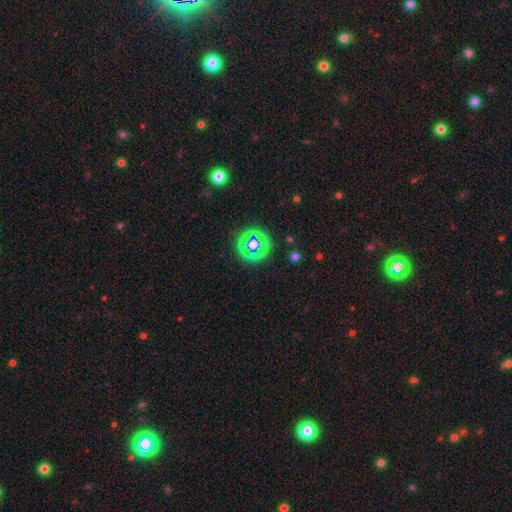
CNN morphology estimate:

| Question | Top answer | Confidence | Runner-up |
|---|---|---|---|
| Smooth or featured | star or artifact | 65% | smooth (25%) |